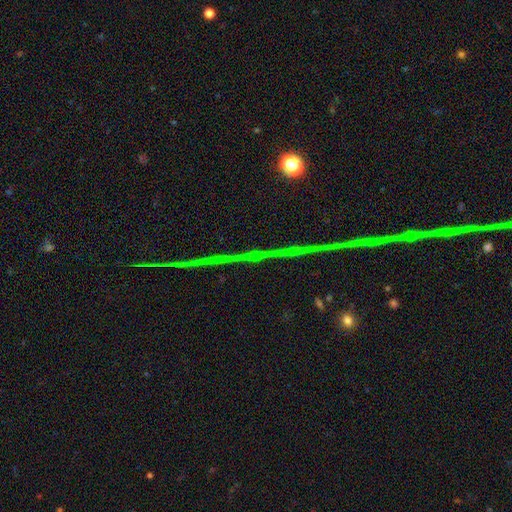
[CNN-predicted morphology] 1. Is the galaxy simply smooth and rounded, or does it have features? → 79% star or artifact, 14% featured or disk, 7% smooth.